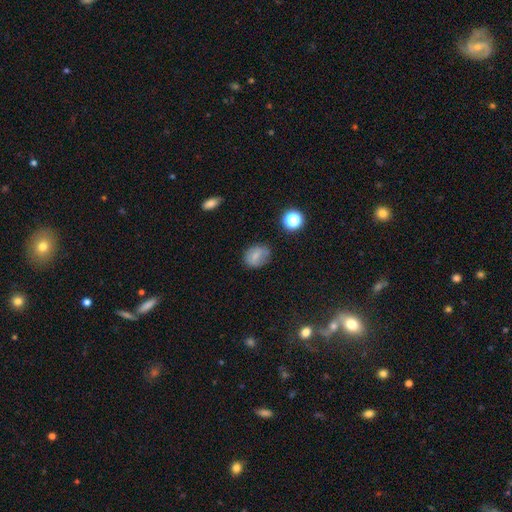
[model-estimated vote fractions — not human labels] Overall: smooth (72%). How rounded: in between (52%; round 46%). Merging: none (68%).